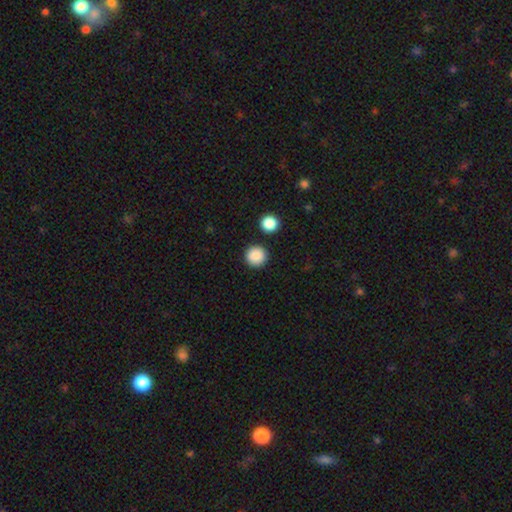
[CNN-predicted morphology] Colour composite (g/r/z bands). It shows a smooth galaxy with no disk features (88%) that is round (95%). Merging: none (89%).